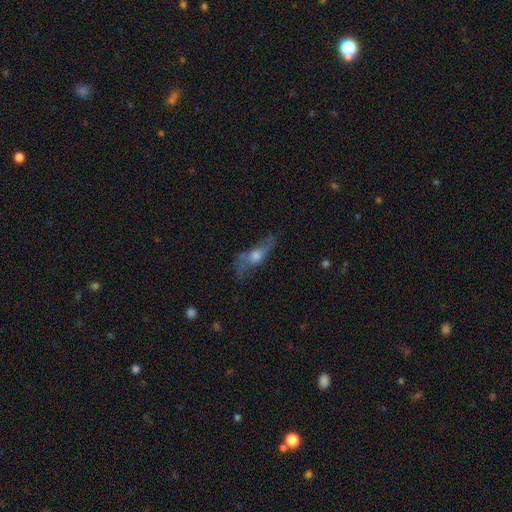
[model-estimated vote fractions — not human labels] Smooth or featured? featured or disk (56%)
Edge-on disk? yes (52%)
Merging? none (54%)